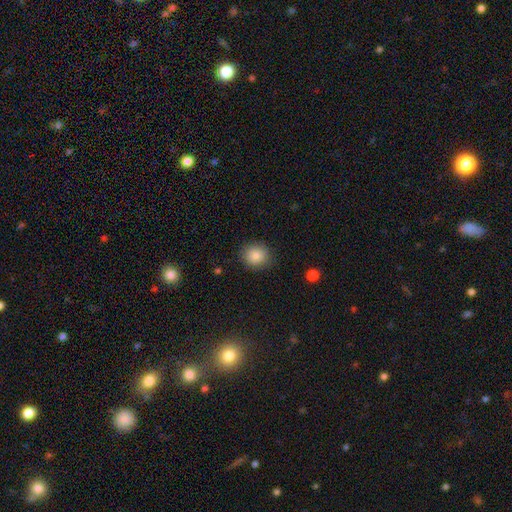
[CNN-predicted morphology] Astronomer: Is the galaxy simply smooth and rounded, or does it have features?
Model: smooth — 85%.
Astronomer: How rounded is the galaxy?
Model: round — 82%.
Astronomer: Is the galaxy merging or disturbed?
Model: none — 87%.